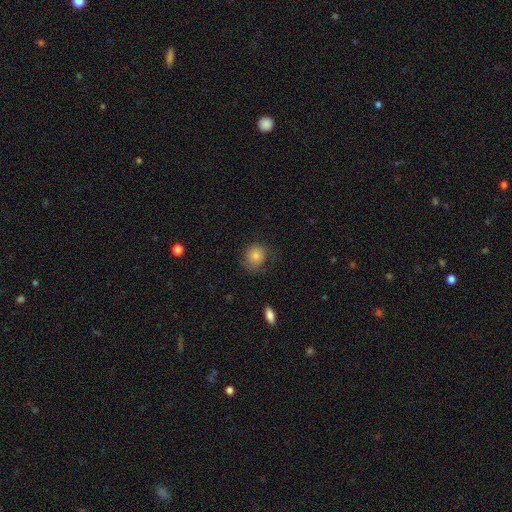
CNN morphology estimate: The model was most divided on "merging": none: 62%, minor disturbance: 25%, major disturbance: 12%, merger: 1%. More confident: smooth or featured — smooth (78%); how rounded — round (76%).